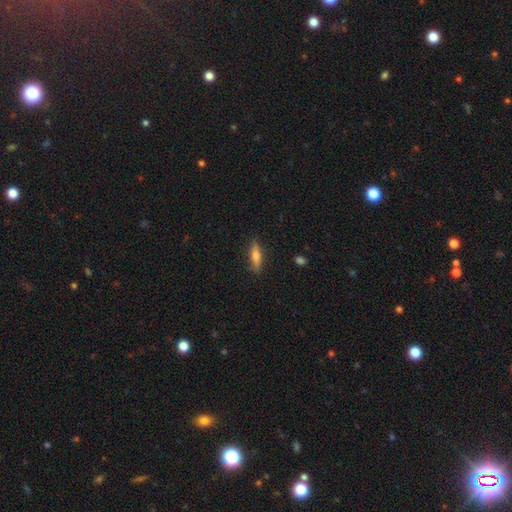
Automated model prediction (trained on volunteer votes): This appears to be a smooth galaxy with no disk features (66%) that is cigar-shaped (71%). Merging: none (87%).